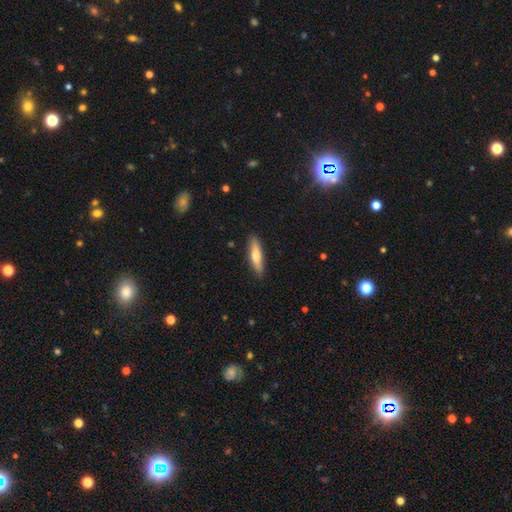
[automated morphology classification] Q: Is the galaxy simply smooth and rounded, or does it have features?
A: smooth — 61%.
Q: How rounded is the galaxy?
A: cigar-shaped — 77%.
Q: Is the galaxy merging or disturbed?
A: none — 88%.